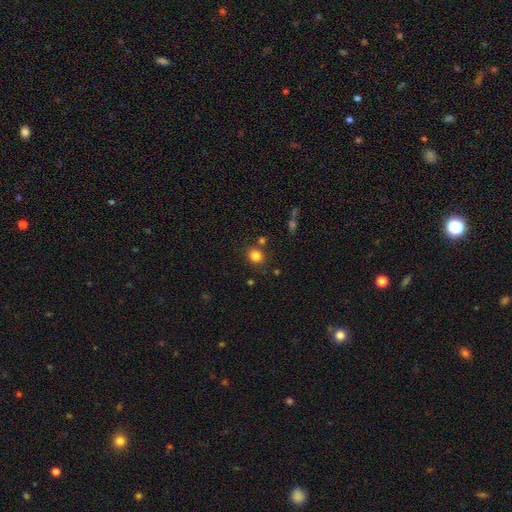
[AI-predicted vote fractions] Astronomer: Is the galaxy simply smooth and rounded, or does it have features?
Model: smooth — 83%.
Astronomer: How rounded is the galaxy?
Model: round — 80%.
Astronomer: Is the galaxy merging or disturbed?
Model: none — 80%.